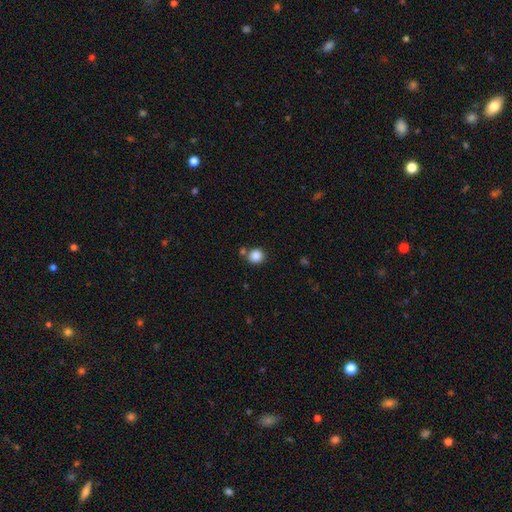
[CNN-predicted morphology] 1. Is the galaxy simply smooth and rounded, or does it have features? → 86% smooth, 10% star or artifact, 4% featured or disk.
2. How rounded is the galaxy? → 87% round, 12% in between, 1% cigar-shaped.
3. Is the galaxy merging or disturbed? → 75% none, 11% merger, 10% minor disturbance, 3% major disturbance.